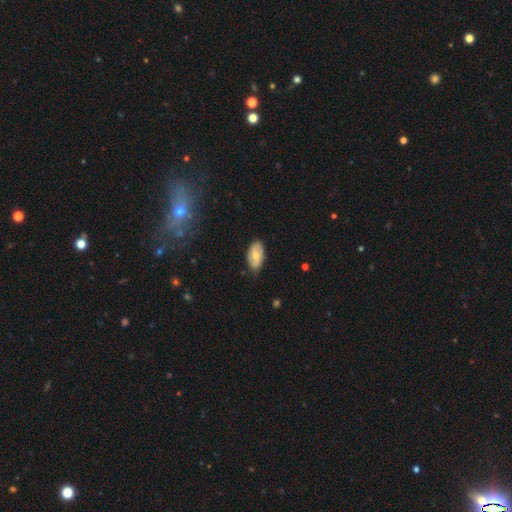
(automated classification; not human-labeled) Overall: smooth (56%; featured or disk 37%). How rounded: in between (94%). Merging: none (74%).